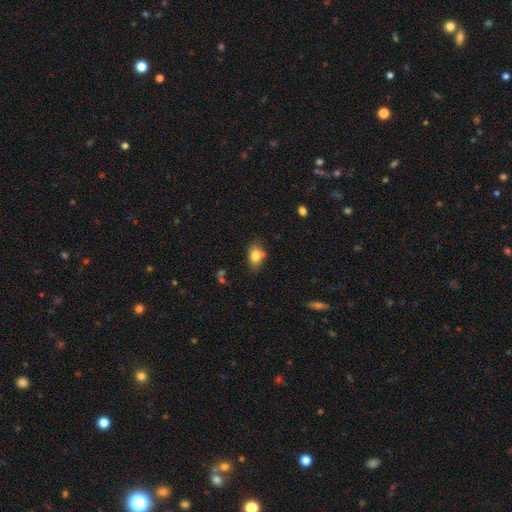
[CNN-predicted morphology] type=smooth (80%); roundness=in between (71%); merging=none (64%).